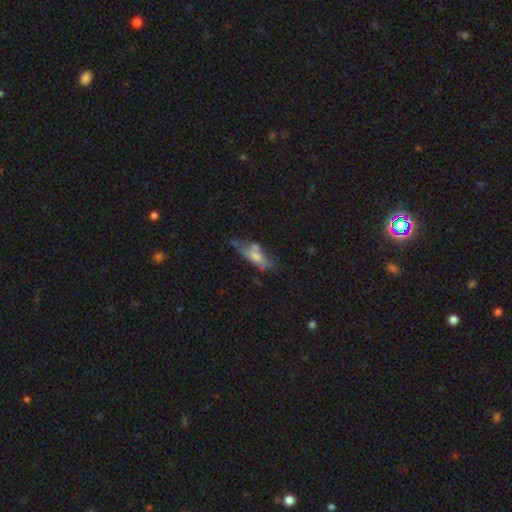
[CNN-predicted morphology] Overall: smooth (57%; featured or disk 35%). How rounded: in between (66%; cigar-shaped 31%). Merging: none (37%; minor disturbance 28%).